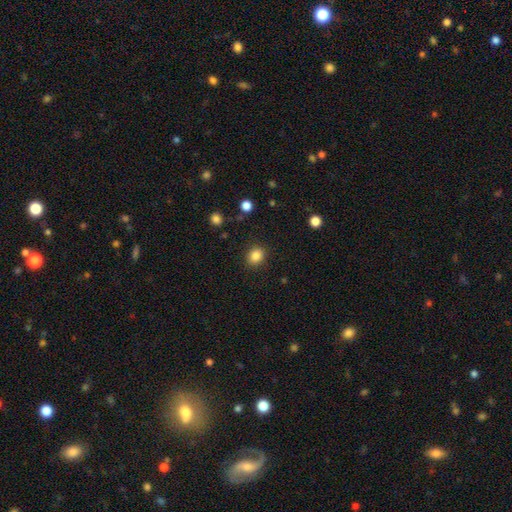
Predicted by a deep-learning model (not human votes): Morphology: type=smooth (86%); roundness=round (58%); merging=none (88%).